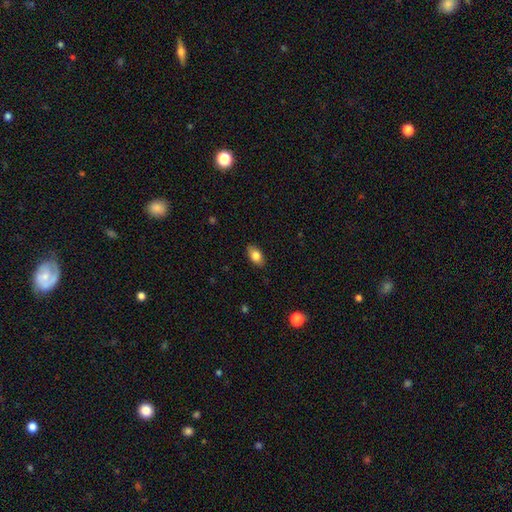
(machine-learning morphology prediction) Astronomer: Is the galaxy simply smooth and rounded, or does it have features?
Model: smooth — 82%.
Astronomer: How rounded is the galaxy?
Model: in between — 91%.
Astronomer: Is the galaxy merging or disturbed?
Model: none — 87%.